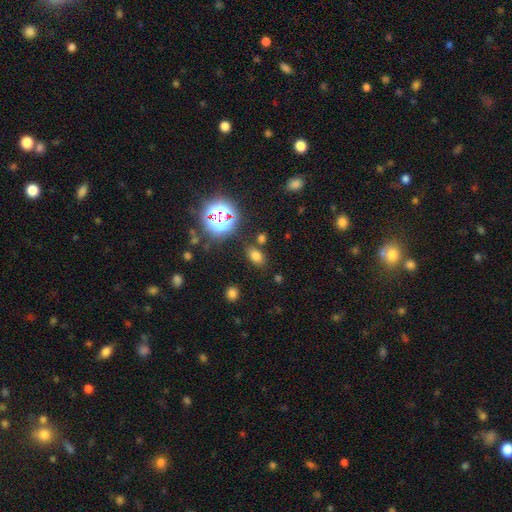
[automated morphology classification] The model was most divided on "smooth or featured": smooth: 68%, star or artifact: 24%, featured or disk: 8%. More confident: how rounded — in between (83%); merging — none (79%).